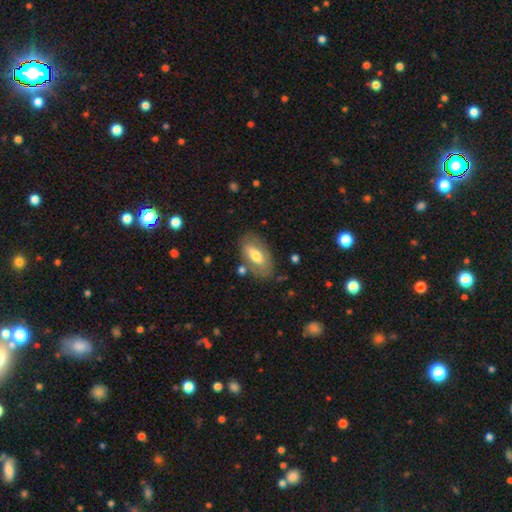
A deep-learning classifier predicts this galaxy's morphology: smooth 59%, featured or disk 35%, star or artifact 6%. Down the decision tree: how rounded — in between (90%); merging — none (74%).